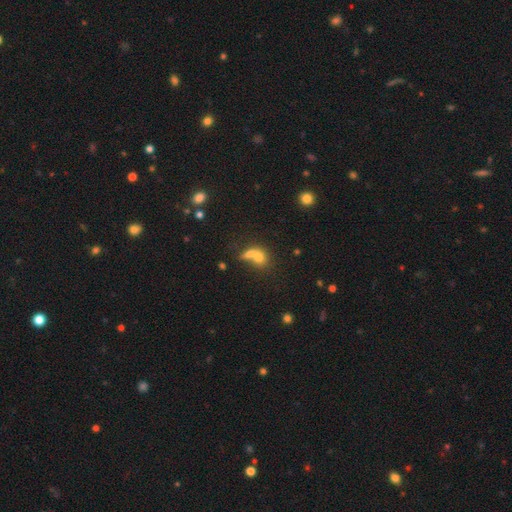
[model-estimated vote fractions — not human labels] This appears to be a smooth galaxy with no disk features (71%) that is round (51%). Merging: merger (63%).